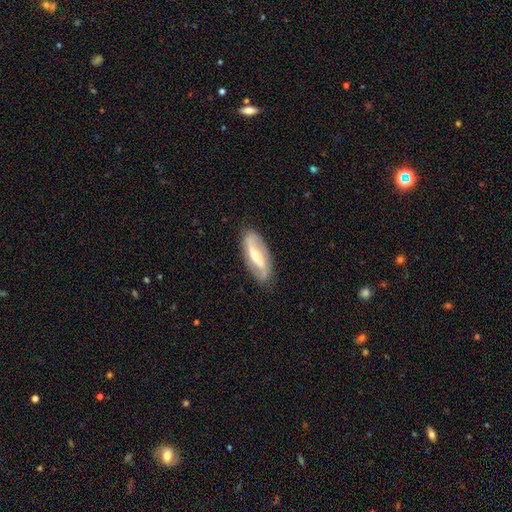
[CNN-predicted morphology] Q: Smooth or featured?
A: featured or disk (78%); runner-up: smooth (17%)
Q: Edge-on disk?
A: no (87%); runner-up: yes (13%)
Q: Bar?
A: strong (49%); runner-up: weak (30%)
Q: Spiral arms?
A: yes (85%); runner-up: no (15%)
Q: Spiral winding?
A: loose (43%); runner-up: medium (36%)
Q: Spiral arm count?
A: 2 (88%); runner-up: can't tell (7%)
Q: Bulge size?
A: moderate (58%); runner-up: small (36%)
Q: Merging?
A: none (83%); runner-up: minor disturbance (12%)